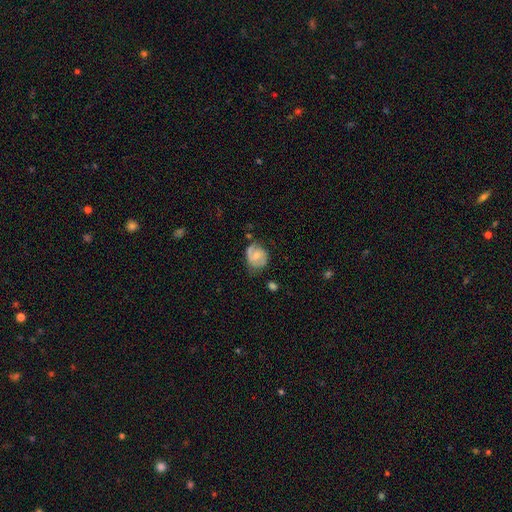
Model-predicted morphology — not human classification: smooth-or-featured: featured or disk: 62% | smooth: 31% | star or artifact: 7%
  disk-edge-on: no: 97% | yes: 3%
    bar: no: 48% | weak: 43% | strong: 9%
    has-spiral-arms: yes: 88% | no: 12%
      spiral-winding: medium: 44% | tight: 38% | loose: 18%
      spiral-arm-count: 2: 69% | 1: 14% | can't tell: 12% | 3: 2% | 4: 1% | more than 4: 1%
    bulge-size: small: 47% | moderate: 38% | none: 11% | large: 3% | dominant: 1%
  merging: none: 57% | minor disturbance: 28% | major disturbance: 12% | merger: 3%